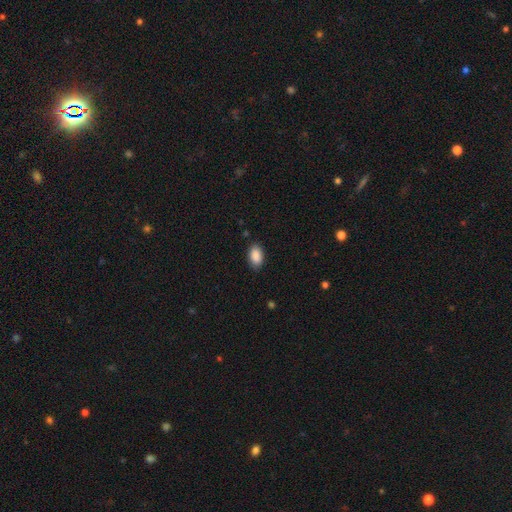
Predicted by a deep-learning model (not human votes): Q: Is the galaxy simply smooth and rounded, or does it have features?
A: smooth — 89%.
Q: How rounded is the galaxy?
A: in between — 92%.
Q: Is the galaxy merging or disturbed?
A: none — 86%.